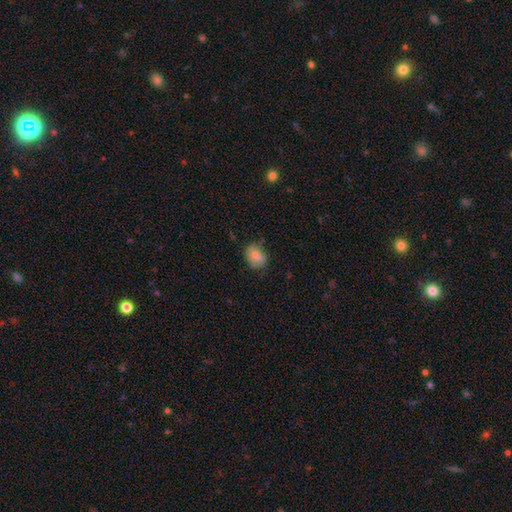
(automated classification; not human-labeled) smooth 80%, featured or disk 12%, star or artifact 9%. Down the decision tree: how rounded — in between (60%); merging — none (59%).